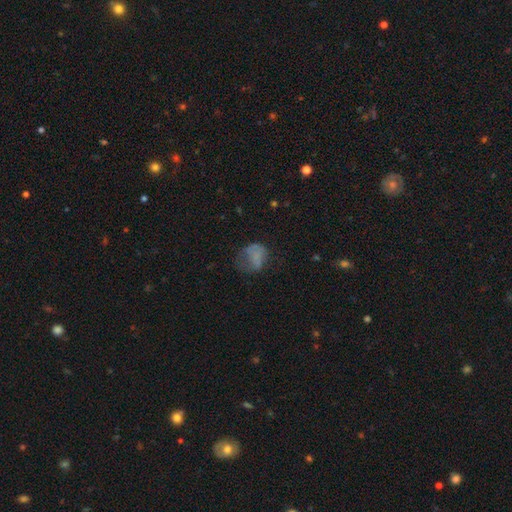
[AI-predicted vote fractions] Q: Smooth or featured?
A: smooth (60%); runner-up: featured or disk (26%)
Q: How rounded?
A: in between (53%); runner-up: round (46%)
Q: Merging?
A: major disturbance (38%); runner-up: none (33%)